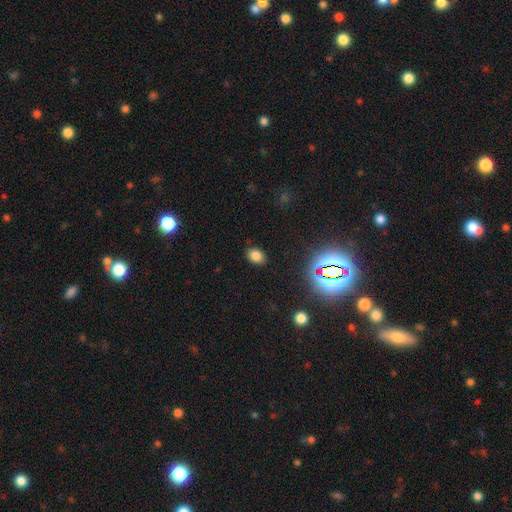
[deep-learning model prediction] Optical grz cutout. It shows a smooth galaxy with no disk features (77%) that is in between round and cigar-shaped (77%). Merging: none (86%).